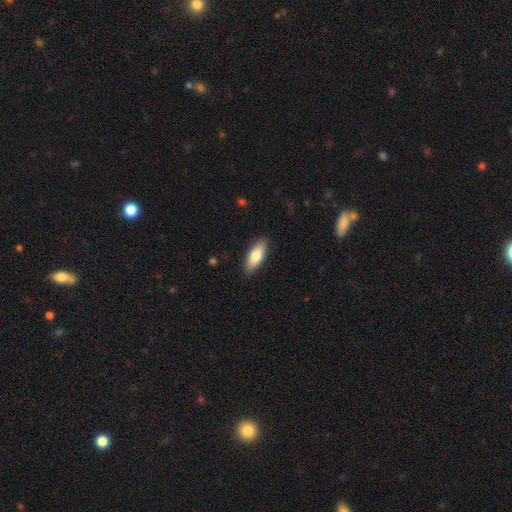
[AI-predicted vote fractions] Smooth or featured: smooth — 82% (featured or disk — 12%)
How rounded: in between — 75% (cigar-shaped — 23%)
Merging: none — 88% (minor disturbance — 9%)